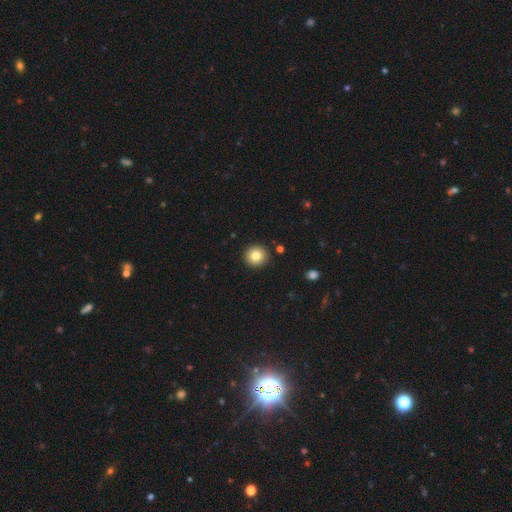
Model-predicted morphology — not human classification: This appears to be a smooth galaxy with no disk features (81%) that is round (94%). Merging: none (91%).